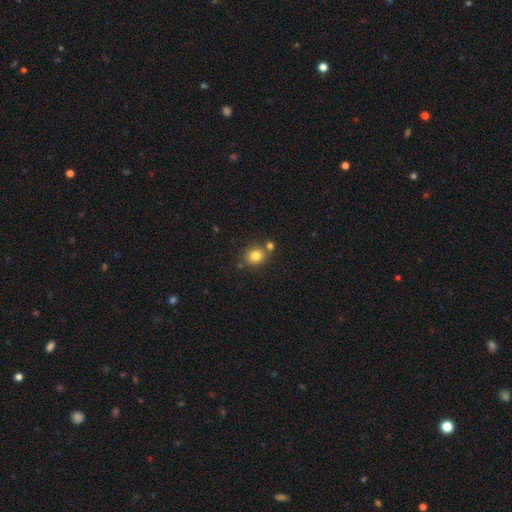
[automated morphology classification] Smooth or featured: smooth — 81% (star or artifact — 11%)
How rounded: round — 73% (in between — 26%)
Merging: none — 69% (merger — 18%)